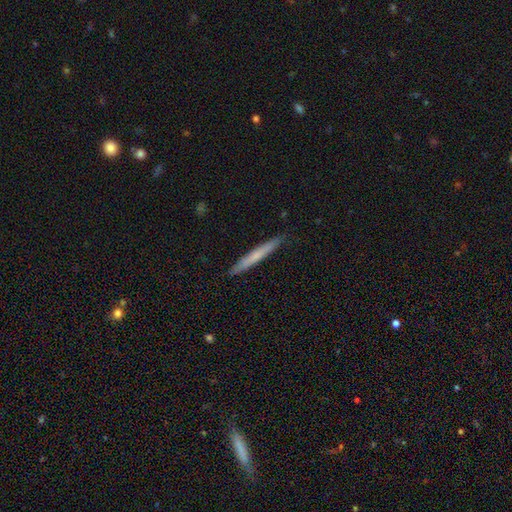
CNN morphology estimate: This appears to be a smooth galaxy with no disk features (58%) that is cigar-shaped (97%). Merging: none (90%).